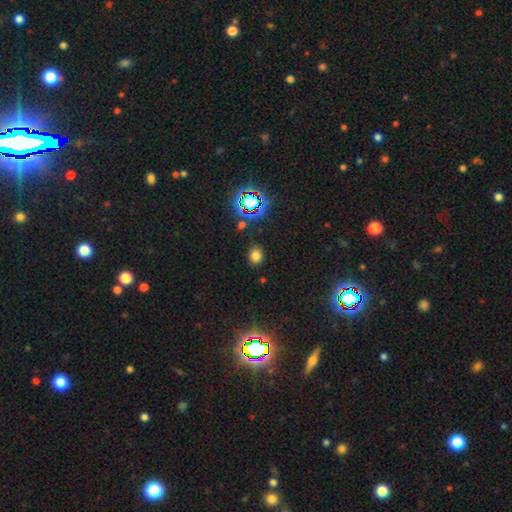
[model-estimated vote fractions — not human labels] Overall: smooth (72%). How rounded: round (57%; in between 41%). Merging: none (85%).